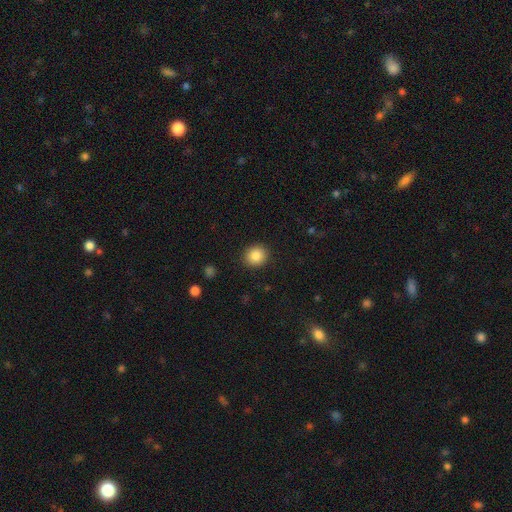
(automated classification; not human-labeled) This appears to be a smooth galaxy with no disk features (86%) that is round (82%). Merging: none (90%).